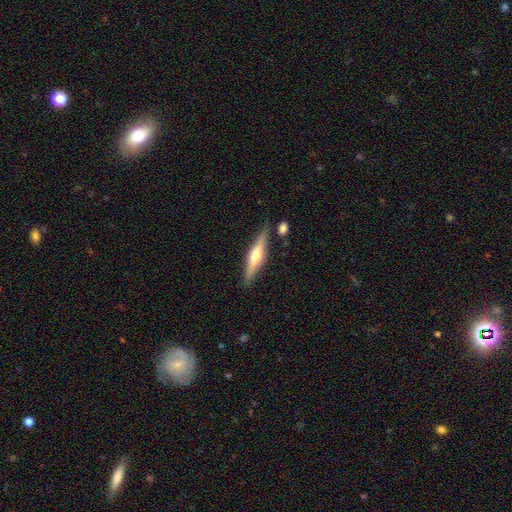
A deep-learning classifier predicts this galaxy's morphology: A featured or disk galaxy (59%) viewed edge-on (95%) with a rounded central bulge (86%).

Vote fractions:
- Smooth or featured? featured or disk: 59% / smooth: 35% / star or artifact: 6%
- Edge-on disk? yes: 95% / no: 5%
- Edge-on bulge? rounded: 86% / boxy: 9% / none: 5%
- Merging? none: 82% / minor disturbance: 11% / merger: 5% / major disturbance: 3%